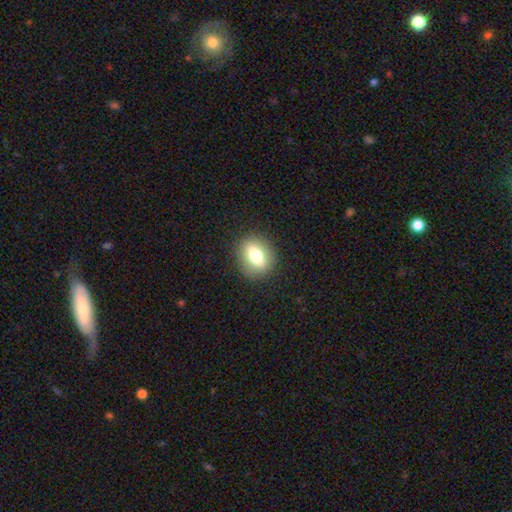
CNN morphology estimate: Smooth or featured: smooth — 62% (featured or disk — 29%)
How rounded: in between — 53% (round — 42%)
Merging: none — 87% (minor disturbance — 8%)